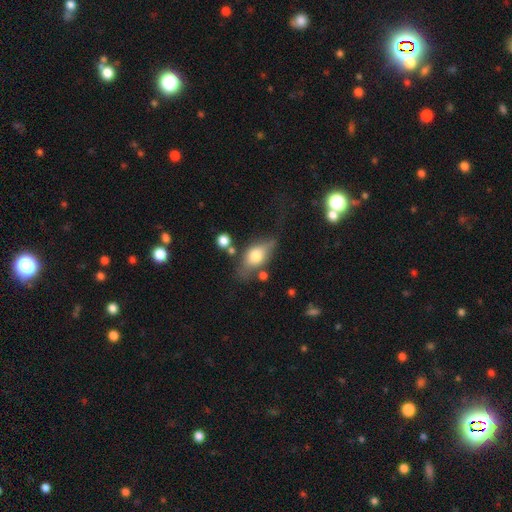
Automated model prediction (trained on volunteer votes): Smooth or featured?
  - smooth: 63% *
  - featured or disk: 29%
  - star or artifact: 8%
How rounded?
  - in between: 82% *
  - round: 9%
  - cigar-shaped: 9%
Merging?
  - none: 52% *
  - minor disturbance: 27%
  - major disturbance: 13%
  - merger: 7%